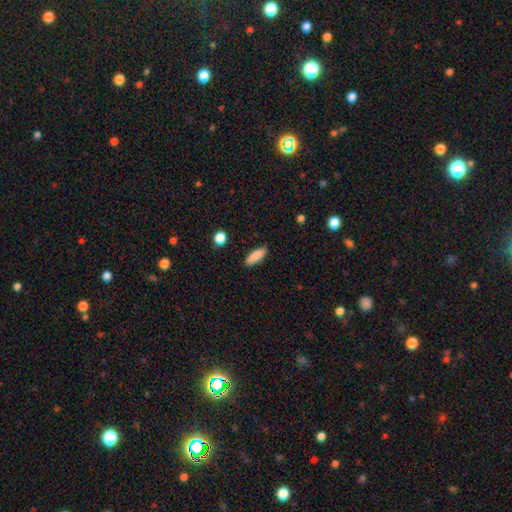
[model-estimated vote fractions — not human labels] smooth_or_featured: smooth (p=0.87) [alt: star or artifact p=0.07]
how_rounded: in between (p=0.64) [alt: cigar-shaped p=0.34]
merging: none (p=0.87) [alt: minor disturbance p=0.09]